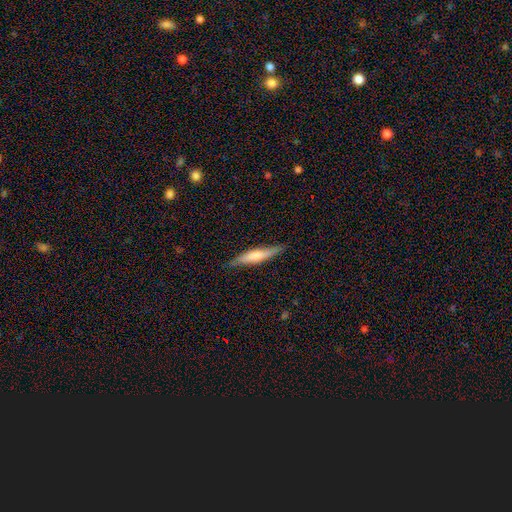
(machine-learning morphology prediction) type=smooth (56%); roundness=cigar-shaped (89%); merging=none (84%).